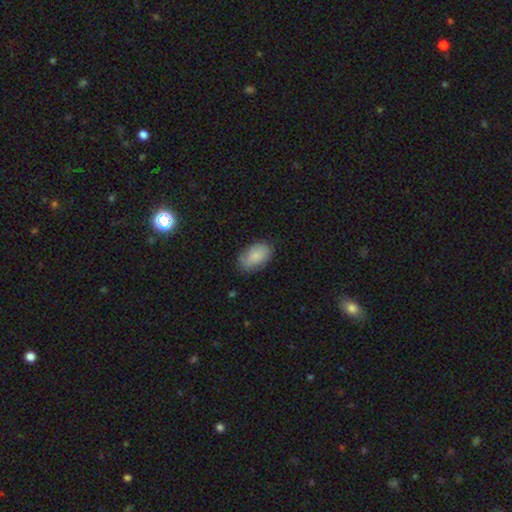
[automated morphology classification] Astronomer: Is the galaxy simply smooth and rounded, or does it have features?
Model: smooth — 85%.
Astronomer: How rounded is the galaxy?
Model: in between — 92%.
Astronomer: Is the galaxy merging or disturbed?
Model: none — 79%.